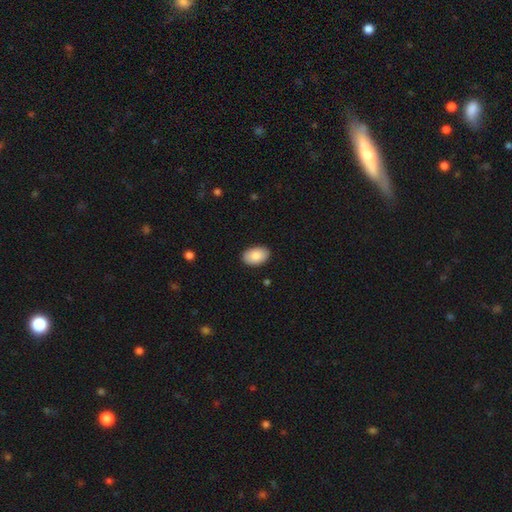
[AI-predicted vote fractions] Smooth or featured?
  - smooth: 88% *
  - star or artifact: 6%
  - featured or disk: 6%
How rounded?
  - in between: 92% *
  - round: 7%
  - cigar-shaped: 1%
Merging?
  - none: 89% *
  - minor disturbance: 8%
  - major disturbance: 2%
  - merger: 1%